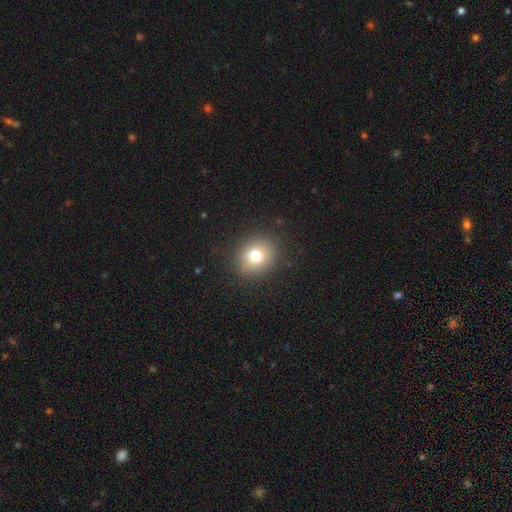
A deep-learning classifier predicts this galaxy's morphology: This is likely a smooth galaxy (77%). How rounded: likely round (71%). Merging: clearly none (88%).